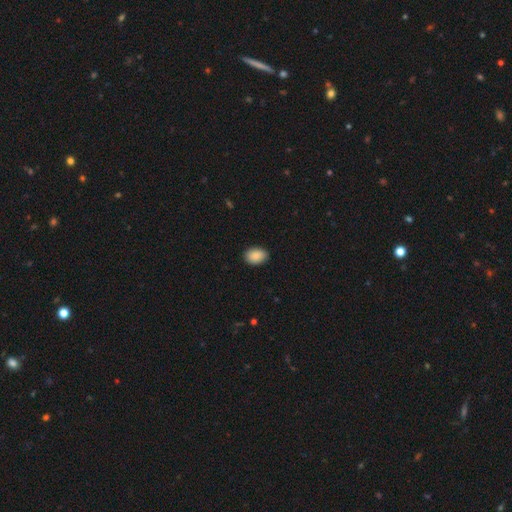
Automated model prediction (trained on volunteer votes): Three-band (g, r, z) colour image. It shows a smooth galaxy with no disk features (89%) that is in between round and cigar-shaped (77%). Merging: none (87%).